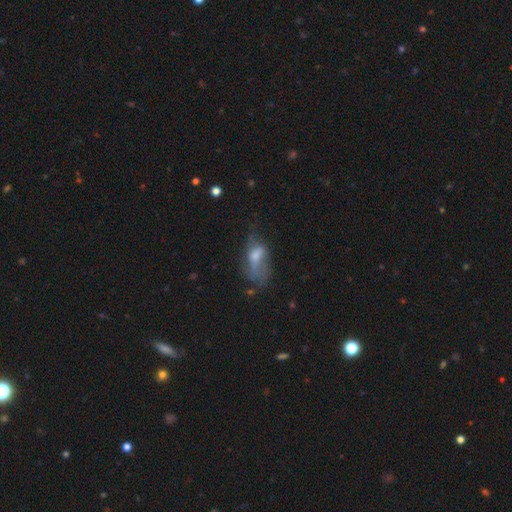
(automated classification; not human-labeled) Q: Smooth or featured?
A: smooth (46%); runner-up: featured or disk (42%)
Q: Merging?
A: none (36%); runner-up: major disturbance (32%)